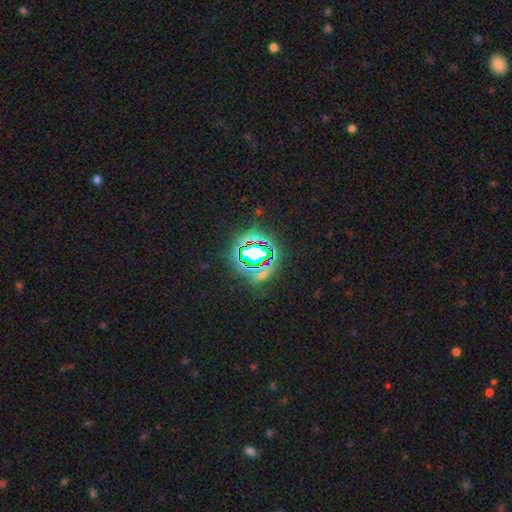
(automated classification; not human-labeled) Q: Smooth or featured?
A: star or artifact (69%); runner-up: smooth (19%)